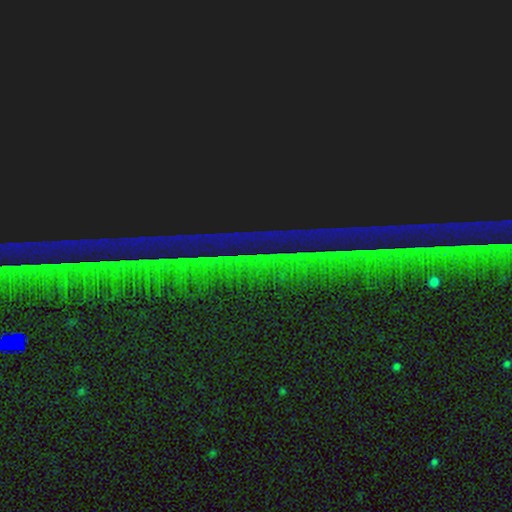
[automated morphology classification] Smooth or featured? star or artifact (90%)